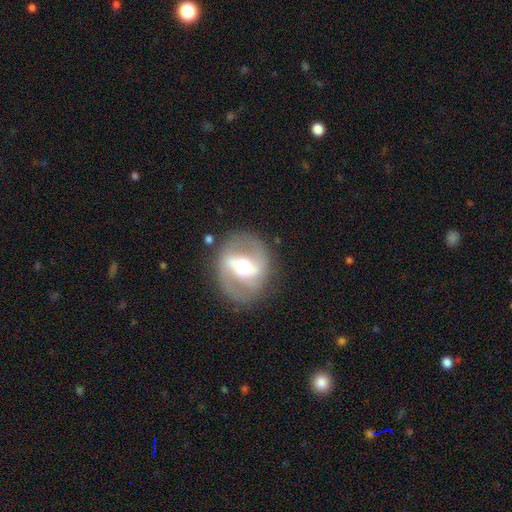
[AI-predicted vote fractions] Smooth or featured? Predicted: featured or disk (p=0.75). Edge-on disk? Predicted: no (p=0.94). Bar? Predicted: strong (p=0.49). Spiral arms? Predicted: yes (p=0.64). Bulge size? Predicted: moderate (p=0.69). Merging? Predicted: none (p=0.80).